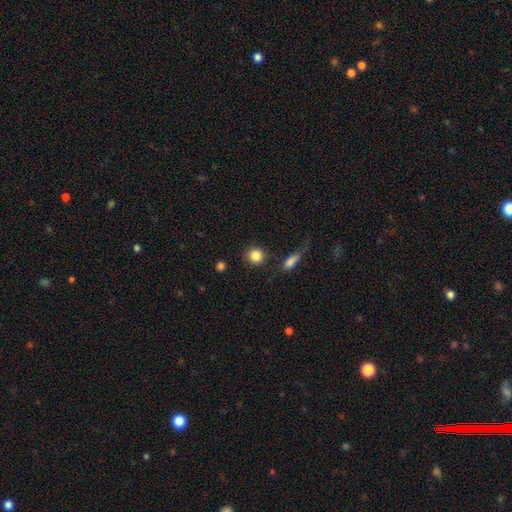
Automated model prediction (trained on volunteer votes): smooth_or_featured: smooth (p=0.85) [alt: star or artifact p=0.09]
how_rounded: round (p=0.89) [alt: in between p=0.10]
merging: none (p=0.83) [alt: minor disturbance p=0.09]